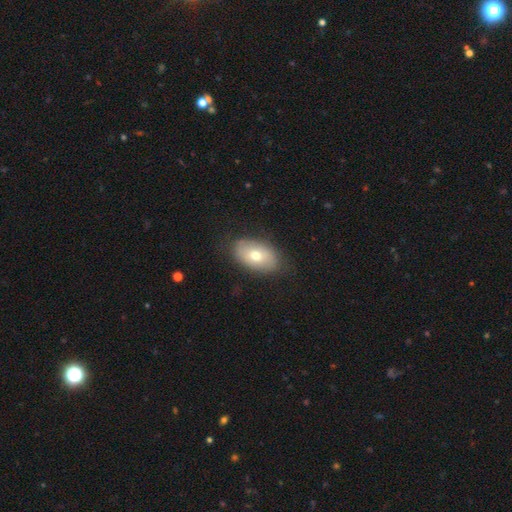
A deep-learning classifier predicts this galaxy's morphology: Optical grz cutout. It shows a smooth galaxy with no disk features (64%) that is in between round and cigar-shaped (91%). Merging: none (80%).